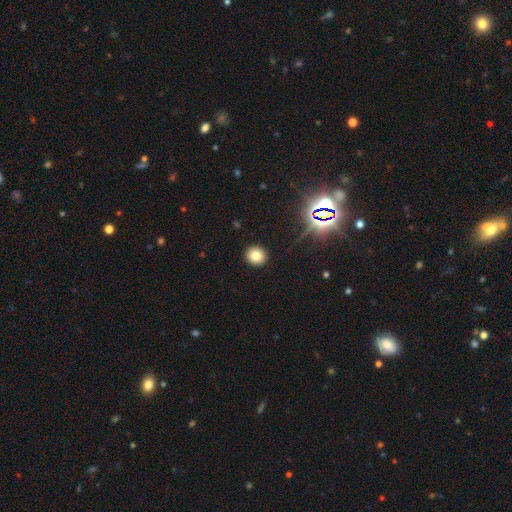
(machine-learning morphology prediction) smooth-or-featured: smooth: 79% | star or artifact: 14% | featured or disk: 7%
  how-rounded: round: 89% | in between: 10% | cigar-shaped: 1%
  merging: none: 92% | minor disturbance: 5% | major disturbance: 2% | merger: 1%